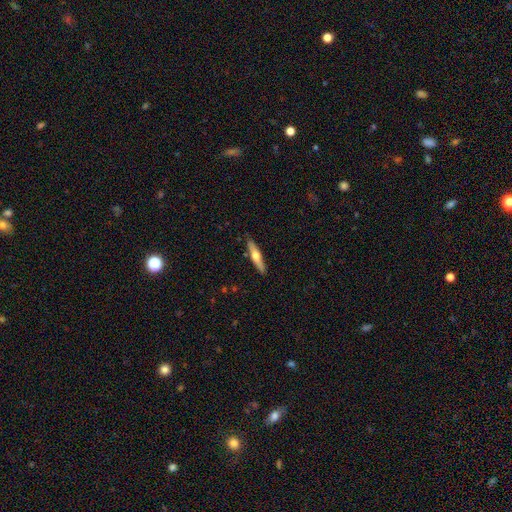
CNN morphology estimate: This appears to be a featured or disk galaxy (49%). Merging: none (88%).